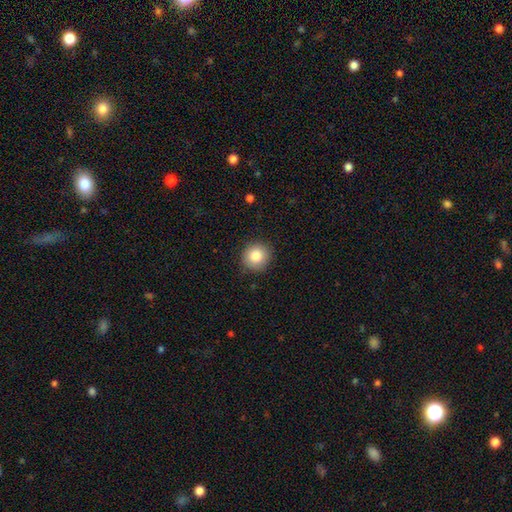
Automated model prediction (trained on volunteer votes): Overall: smooth (85%). How rounded: round (91%). Merging: none (88%).